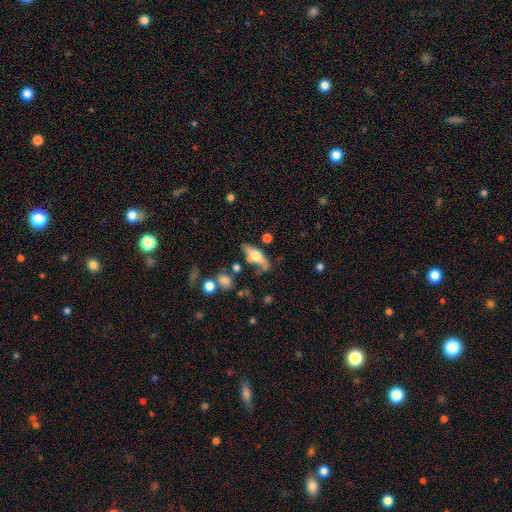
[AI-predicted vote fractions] The model was most divided on "how rounded": in between: 52%, cigar-shaped: 45%, round: 3%. More confident: merging — none (59%); smooth or featured — smooth (52%).